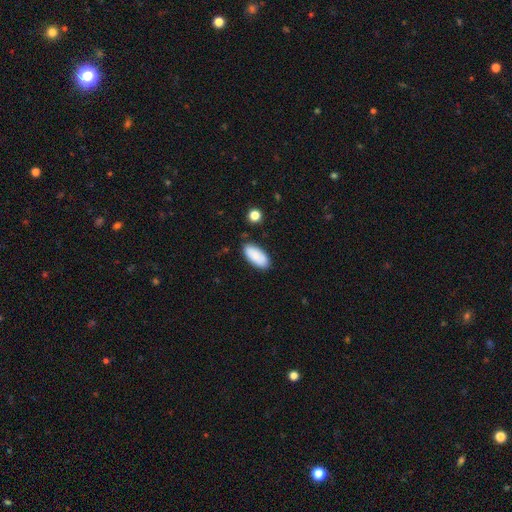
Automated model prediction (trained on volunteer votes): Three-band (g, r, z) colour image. It shows a smooth galaxy with no disk features (87%) that is in between round and cigar-shaped (90%). Merging: none (83%).